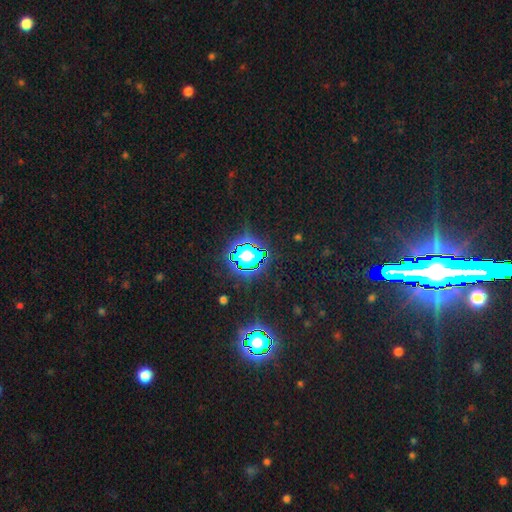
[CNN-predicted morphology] Smooth or featured?
  - star or artifact: 81% *
  - smooth: 11%
  - featured or disk: 8%